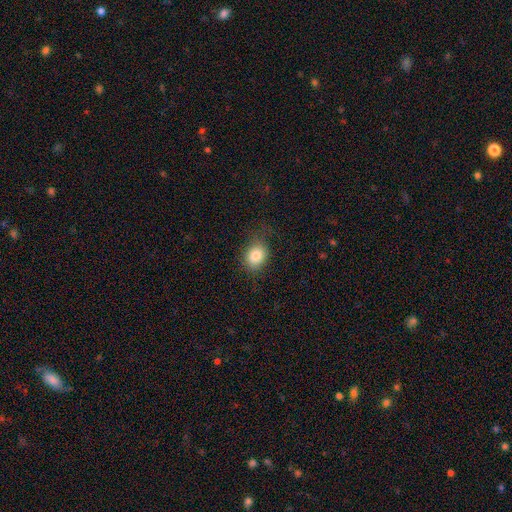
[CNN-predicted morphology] Smooth or featured: smooth — 82% (star or artifact — 10%)
How rounded: in between — 51% (round — 48%)
Merging: none — 73% (minor disturbance — 18%)